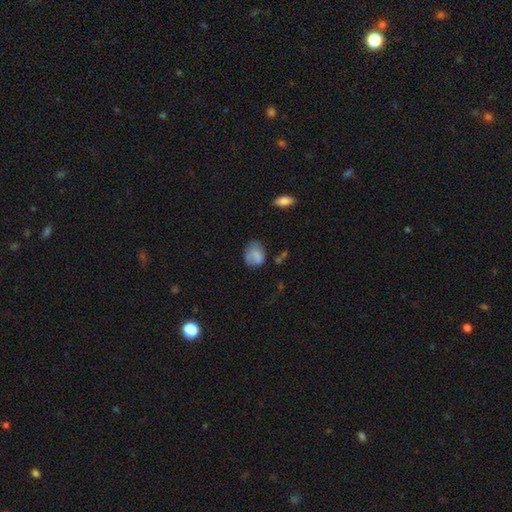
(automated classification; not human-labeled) Overall: smooth (74%). How rounded: in between (50%; round 49%). Merging: none (50%; minor disturbance 31%).